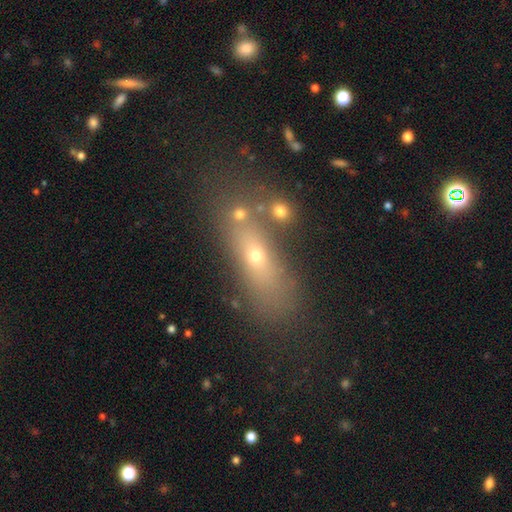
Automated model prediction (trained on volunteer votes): smooth-or-featured: smooth: 51% | featured or disk: 27% | star or artifact: 22%
  how-rounded: in between: 53% | cigar-shaped: 34% | round: 13%
  merging: none: 51% | merger: 29% | minor disturbance: 12% | major disturbance: 8%